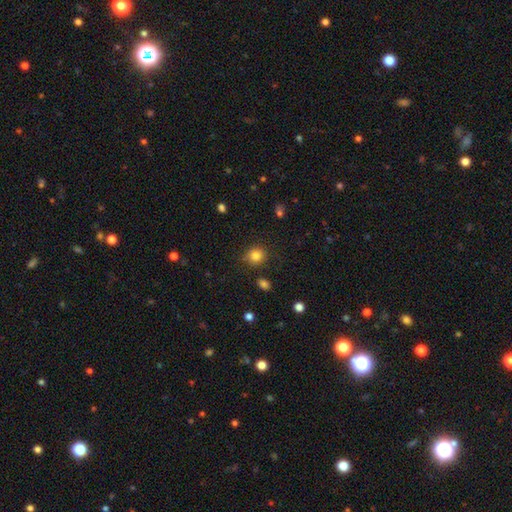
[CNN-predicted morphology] smooth_or_featured: smooth (p=0.83) [alt: star or artifact p=0.12]
how_rounded: round (p=0.84) [alt: in between p=0.15]
merging: none (p=0.84) [alt: minor disturbance p=0.11]